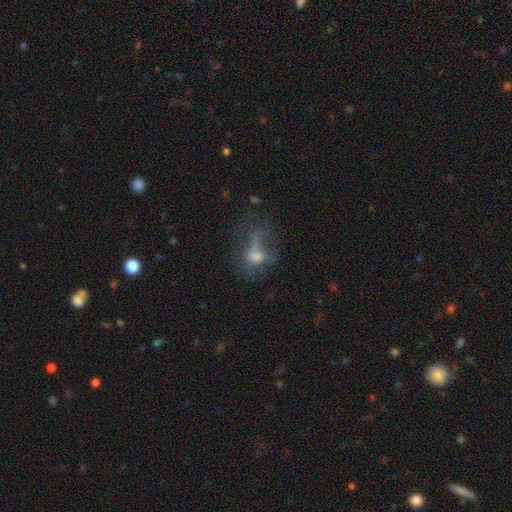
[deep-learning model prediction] smooth_or_featured: smooth (p=0.40) [alt: featured or disk p=0.39]
merging: major disturbance (p=0.41) [alt: none p=0.33]